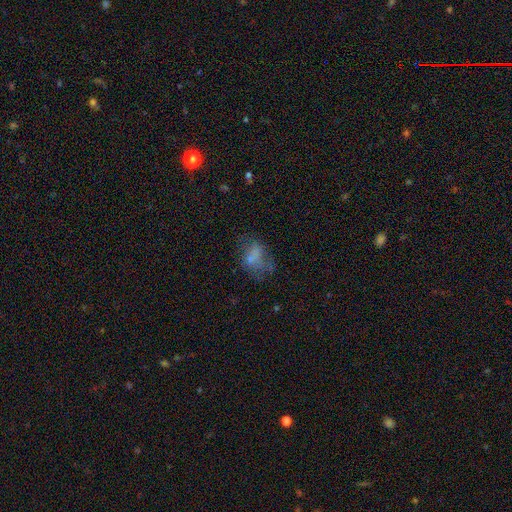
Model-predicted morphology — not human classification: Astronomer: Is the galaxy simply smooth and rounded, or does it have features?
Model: smooth — 53% (runner-up: featured or disk, 29%).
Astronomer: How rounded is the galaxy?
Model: in between — 73%.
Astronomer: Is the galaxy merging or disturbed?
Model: none — 40% (runner-up: major disturbance, 29%).